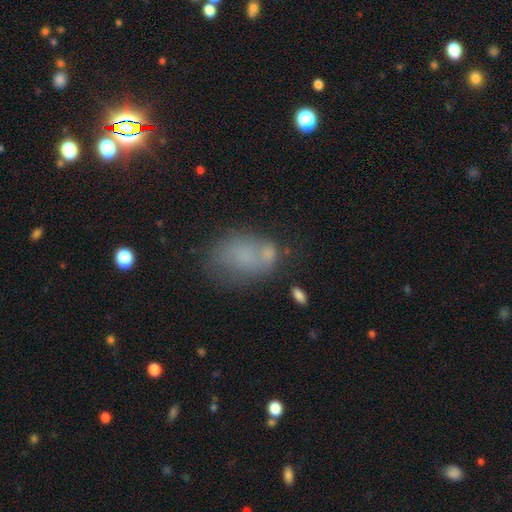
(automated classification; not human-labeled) A smooth galaxy with no disk features (65%) that is in between round and cigar-shaped (80%). Merging: none (42%).